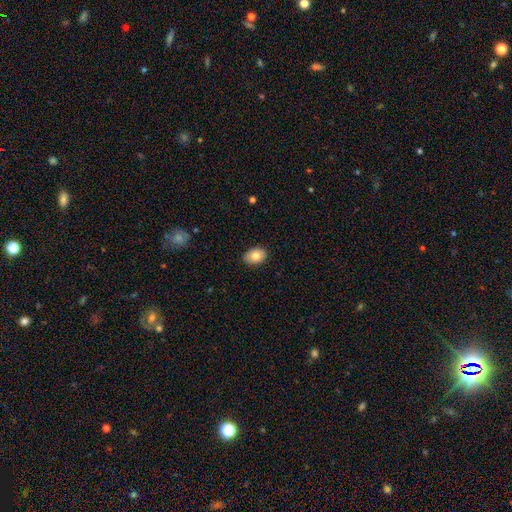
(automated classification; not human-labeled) Overall: smooth (83%). How rounded: in between (82%). Merging: none (88%).